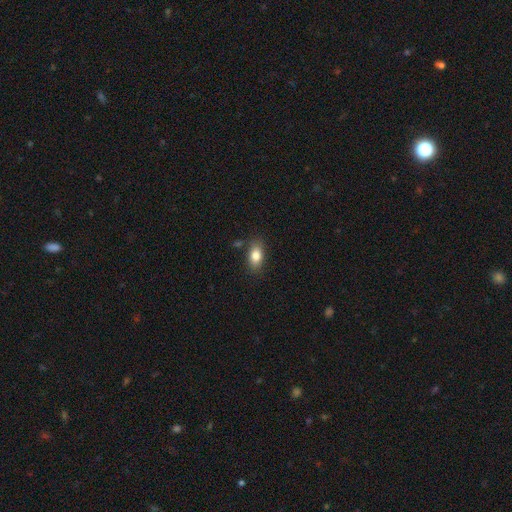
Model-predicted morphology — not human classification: type=smooth (81%); roundness=in between (86%); merging=none (79%).